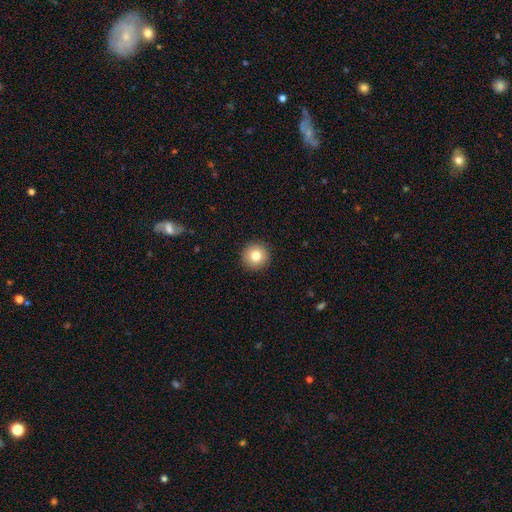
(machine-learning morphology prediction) smooth_or_featured: smooth (p=0.80) [alt: star or artifact p=0.10]
how_rounded: round (p=0.96) [alt: in between p=0.04]
merging: none (p=0.93) [alt: minor disturbance p=0.05]